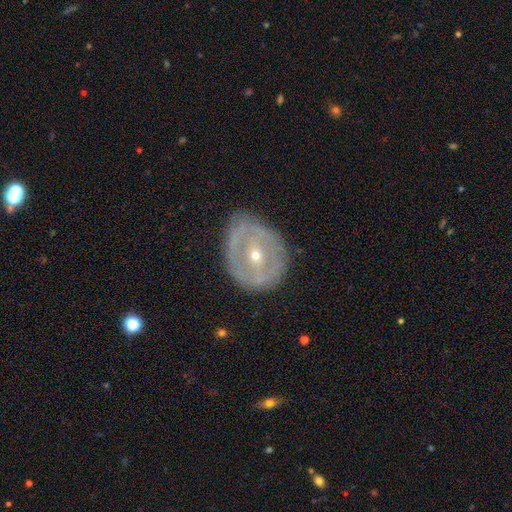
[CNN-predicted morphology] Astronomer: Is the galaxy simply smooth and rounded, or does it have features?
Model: featured or disk — 74%.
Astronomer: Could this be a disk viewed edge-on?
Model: no — 94%.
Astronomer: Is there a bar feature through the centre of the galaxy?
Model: weak — 37% (runner-up: strong, 32%).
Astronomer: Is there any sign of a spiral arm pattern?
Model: no — 55% (runner-up: yes, 45%).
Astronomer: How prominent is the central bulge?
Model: small — 60% (runner-up: moderate, 37%).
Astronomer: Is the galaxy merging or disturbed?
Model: none — 70%.